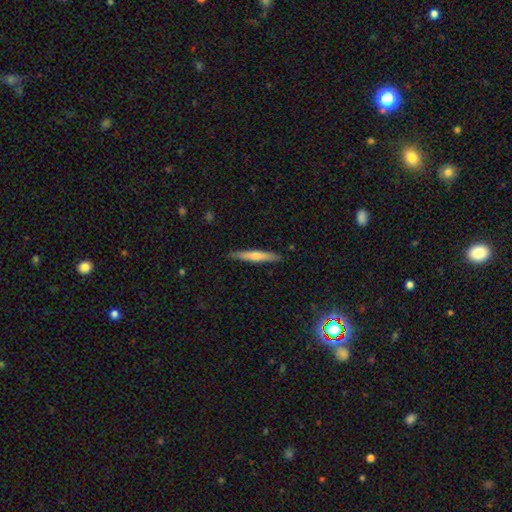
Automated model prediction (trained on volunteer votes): Smooth or featured?
  - featured or disk: 49% *
  - smooth: 44%
  - star or artifact: 7%
Merging?
  - none: 89% *
  - minor disturbance: 8%
  - major disturbance: 1%
  - merger: 1%